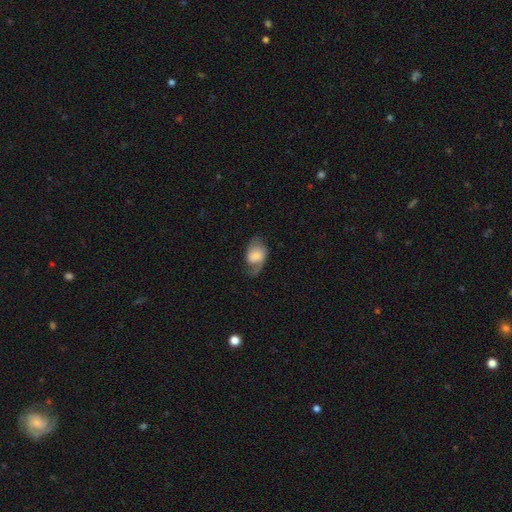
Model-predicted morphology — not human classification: A featured or disk galaxy (52%).

Vote fractions:
- Smooth or featured? featured or disk: 52% / smooth: 41% / star or artifact: 7%
- Edge-on disk? no: 95% / yes: 5%
- Merging? none: 53% / minor disturbance: 26% / major disturbance: 20% / merger: 2%